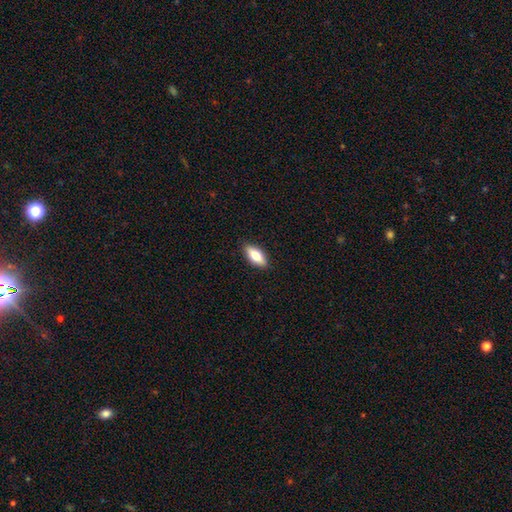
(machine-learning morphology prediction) Smooth or featured?
  - smooth: 72% *
  - featured or disk: 21%
  - star or artifact: 6%
How rounded?
  - in between: 81% *
  - cigar-shaped: 17%
  - round: 3%
Merging?
  - none: 89% *
  - minor disturbance: 8%
  - major disturbance: 2%
  - merger: 1%